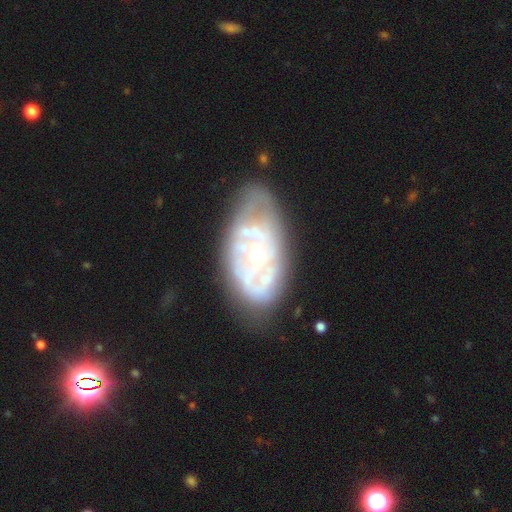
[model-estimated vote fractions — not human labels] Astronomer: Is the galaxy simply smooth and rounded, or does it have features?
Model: featured or disk — 77%.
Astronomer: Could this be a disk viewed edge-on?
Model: no — 95%.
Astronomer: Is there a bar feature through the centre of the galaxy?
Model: no — 72%.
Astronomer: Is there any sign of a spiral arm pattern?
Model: yes — 69%.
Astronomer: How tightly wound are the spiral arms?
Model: tight — 60%.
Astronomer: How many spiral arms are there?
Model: can't tell — 53%.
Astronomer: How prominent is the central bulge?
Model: small — 66%.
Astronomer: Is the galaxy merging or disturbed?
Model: none — 56%.